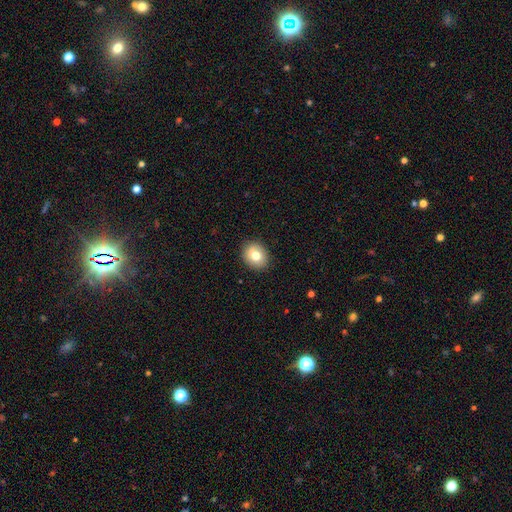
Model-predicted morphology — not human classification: type=smooth (77%); roundness=round (59%); merging=none (88%).